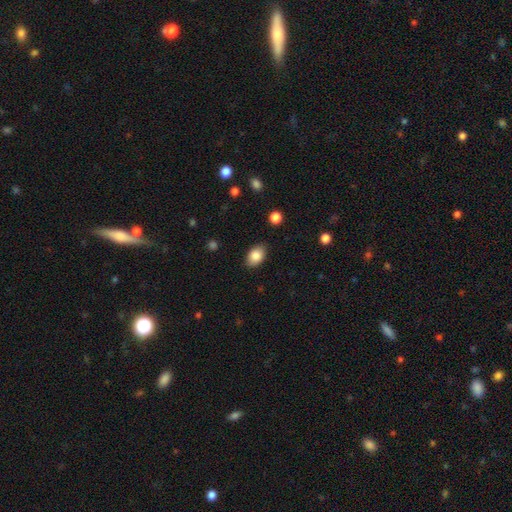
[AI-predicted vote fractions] This is clearly a smooth galaxy (86%). How rounded: clearly in between (85%). Merging: clearly none (85%).